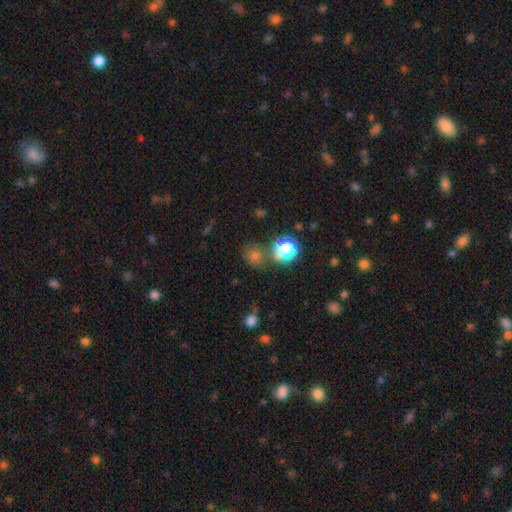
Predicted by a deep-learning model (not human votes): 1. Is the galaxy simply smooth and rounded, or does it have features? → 55% smooth, 37% star or artifact, 8% featured or disk.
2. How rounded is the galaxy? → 81% round, 17% in between, 1% cigar-shaped.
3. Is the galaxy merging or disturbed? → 73% none, 12% merger, 10% minor disturbance, 5% major disturbance.